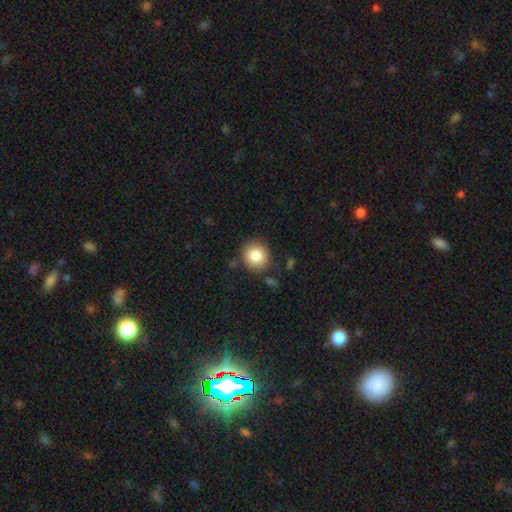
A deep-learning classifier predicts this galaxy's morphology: type=smooth (83%); roundness=round (87%); merging=none (84%).